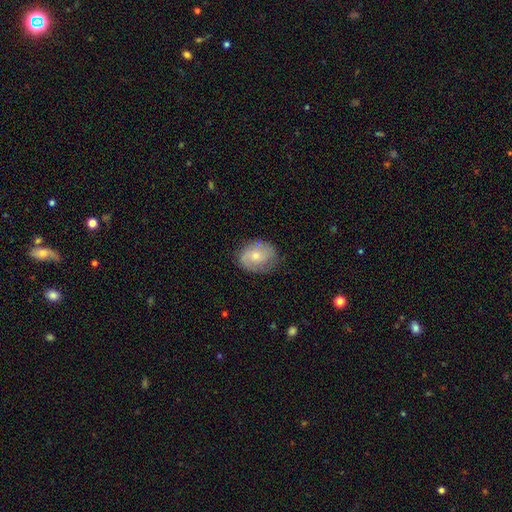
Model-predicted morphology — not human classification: Smooth or featured: smooth — 48% (featured or disk — 45%)
Merging: none — 70% (minor disturbance — 22%)